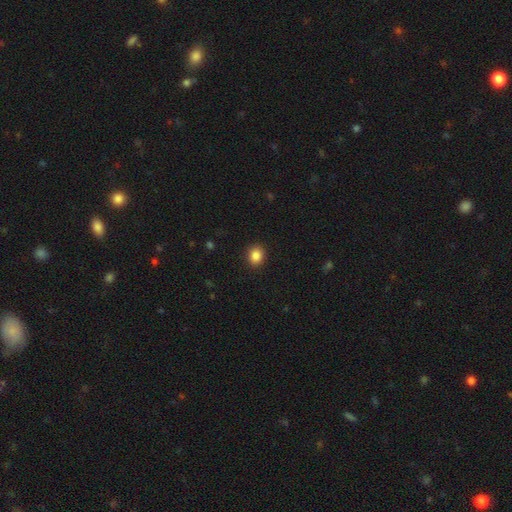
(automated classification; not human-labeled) A smooth galaxy with no disk features (86%) that is round (66%). Merging: none (90%).